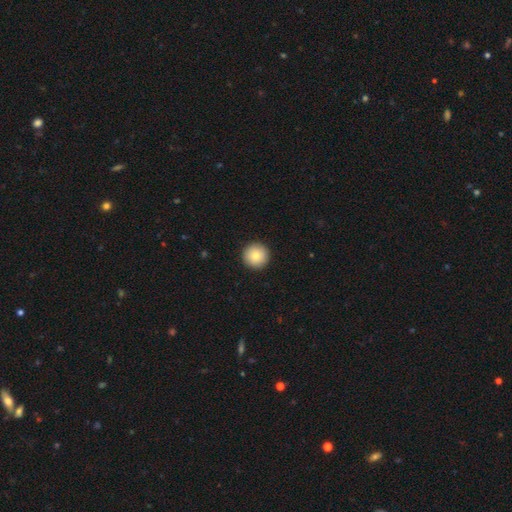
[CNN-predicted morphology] This is clearly a smooth galaxy (83%). How rounded: clearly round (96%). Merging: clearly none (93%).